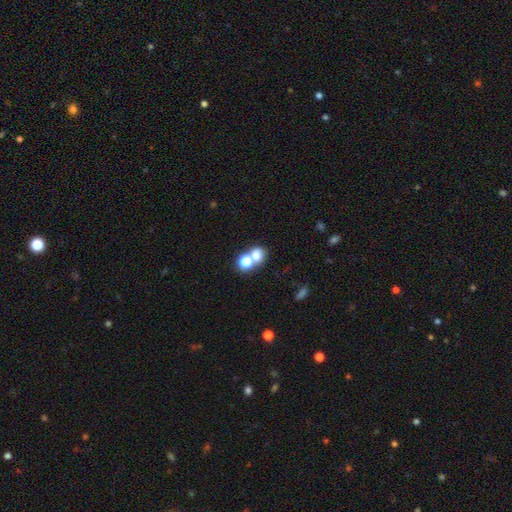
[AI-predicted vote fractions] The model was most divided on "merging": merger: 60%, none: 31%, minor disturbance: 6%, major disturbance: 3%. More confident: smooth or featured — smooth (72%); how rounded — round (66%).